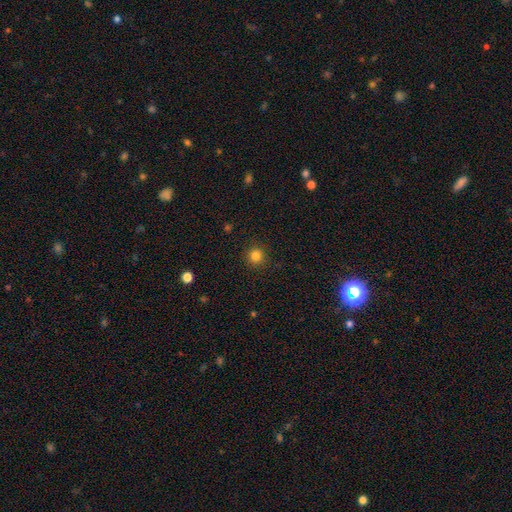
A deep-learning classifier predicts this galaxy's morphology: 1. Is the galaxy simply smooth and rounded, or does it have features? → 84% smooth, 12% star or artifact, 4% featured or disk.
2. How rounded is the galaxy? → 94% round, 5% in between, 1% cigar-shaped.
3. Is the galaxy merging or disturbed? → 91% none, 6% minor disturbance, 2% major disturbance, 1% merger.